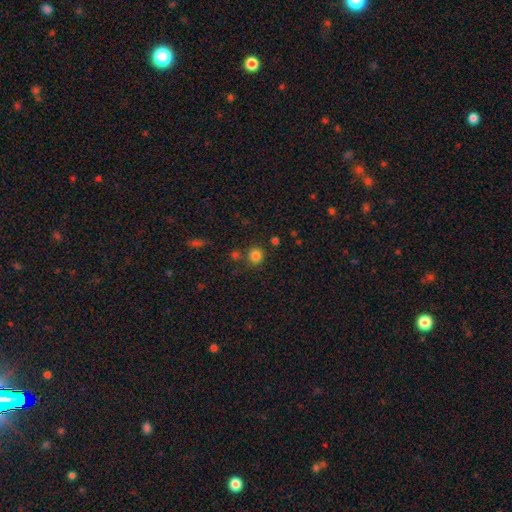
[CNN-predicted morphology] Smooth or featured?
  - smooth: 82% *
  - star or artifact: 13%
  - featured or disk: 5%
How rounded?
  - round: 90% *
  - in between: 9%
  - cigar-shaped: 1%
Merging?
  - none: 77% *
  - merger: 10%
  - minor disturbance: 9%
  - major disturbance: 3%